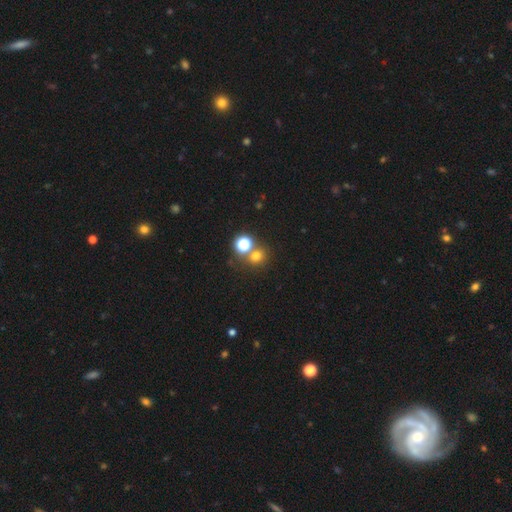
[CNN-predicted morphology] Q: Smooth or featured?
A: smooth (69%); runner-up: star or artifact (23%)
Q: How rounded?
A: round (85%); runner-up: in between (14%)
Q: Merging?
A: none (65%); runner-up: merger (24%)